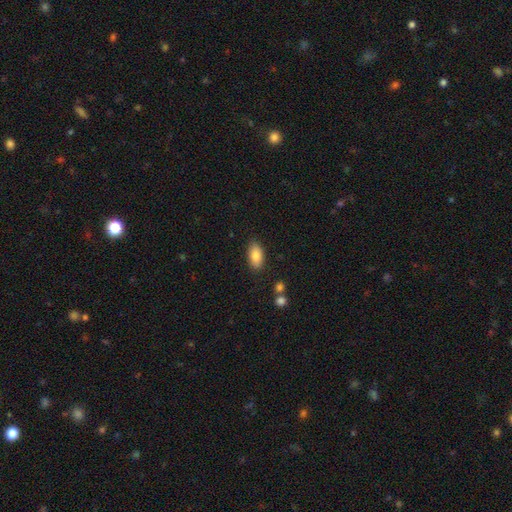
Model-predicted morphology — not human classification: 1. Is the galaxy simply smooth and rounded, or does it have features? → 83% smooth, 9% featured or disk, 7% star or artifact.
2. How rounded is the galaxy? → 91% in between, 5% cigar-shaped, 4% round.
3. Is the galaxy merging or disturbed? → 83% none, 12% minor disturbance, 3% major disturbance, 2% merger.